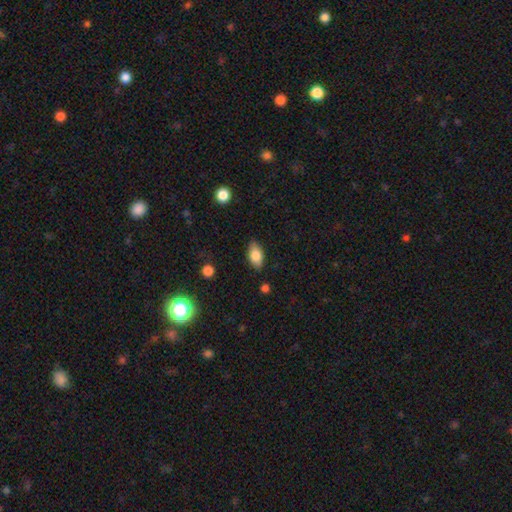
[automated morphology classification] This appears to be a smooth galaxy with no disk features (80%) that is in between round and cigar-shaped (91%). Merging: none (85%).